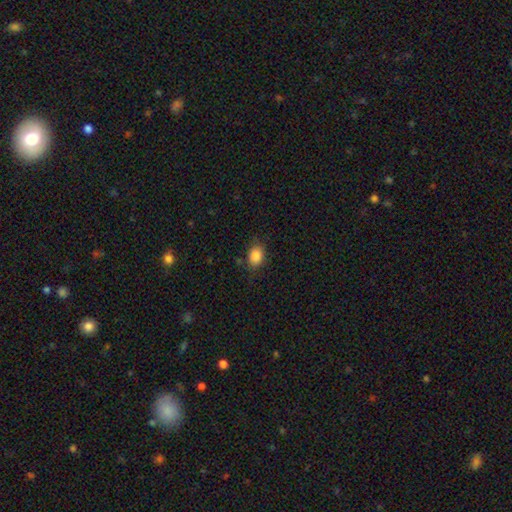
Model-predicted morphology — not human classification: Overall: smooth (86%). How rounded: in between (63%; round 35%). Merging: none (77%).